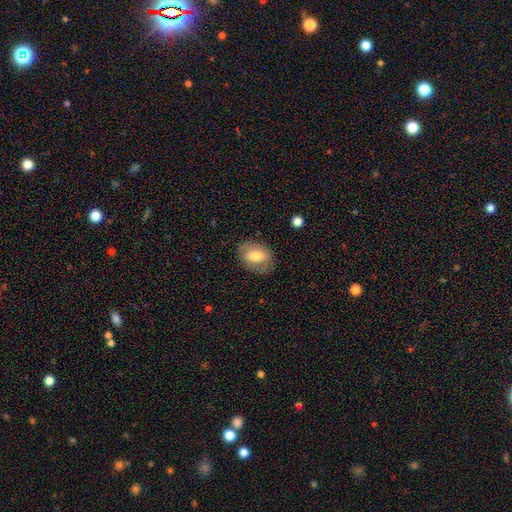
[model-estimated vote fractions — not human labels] This is likely a smooth galaxy (66%). How rounded: likely in between (79%). Merging: clearly none (80%).